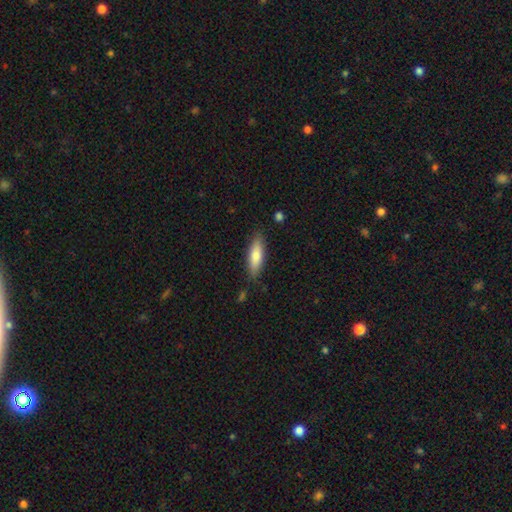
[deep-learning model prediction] Smooth or featured?
  - smooth: 74% *
  - featured or disk: 20%
  - star or artifact: 6%
How rounded?
  - cigar-shaped: 51% *
  - in between: 47%
  - round: 2%
Merging?
  - none: 84% *
  - minor disturbance: 12%
  - major disturbance: 2%
  - merger: 2%